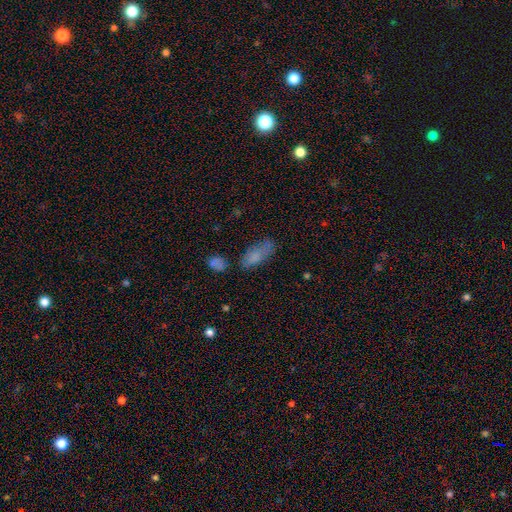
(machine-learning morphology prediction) Smooth or featured?
  - smooth: 73% *
  - featured or disk: 16%
  - star or artifact: 11%
How rounded?
  - in between: 76% *
  - cigar-shaped: 21%
  - round: 3%
Merging?
  - none: 56% *
  - minor disturbance: 26%
  - major disturbance: 11%
  - merger: 8%